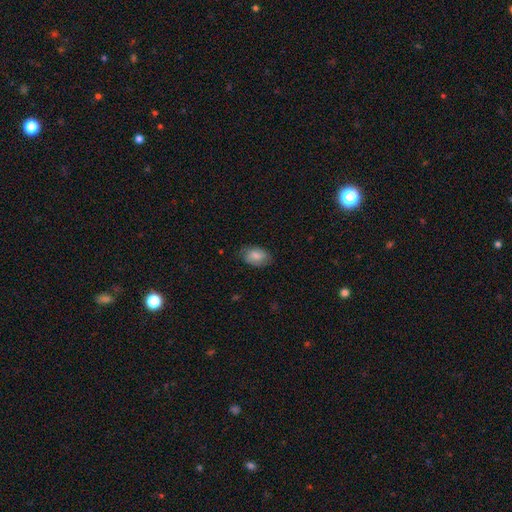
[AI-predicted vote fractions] Smooth or featured? smooth (80%)
How rounded? in between (88%)
Merging? none (74%)